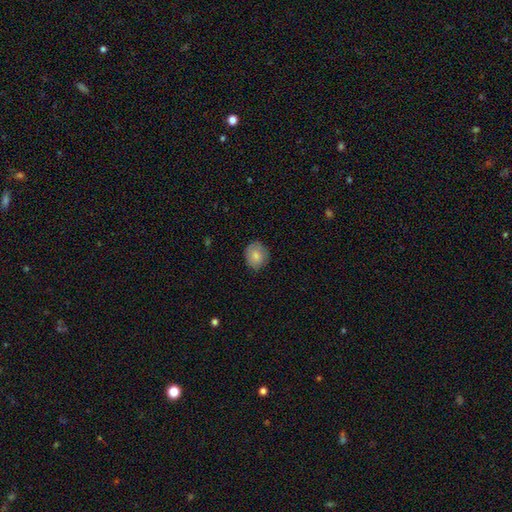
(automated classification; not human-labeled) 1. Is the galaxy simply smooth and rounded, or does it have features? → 79% smooth, 14% featured or disk, 7% star or artifact.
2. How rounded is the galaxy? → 74% round, 25% in between, 1% cigar-shaped.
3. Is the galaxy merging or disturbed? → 78% none, 18% minor disturbance, 3% major disturbance, 1% merger.